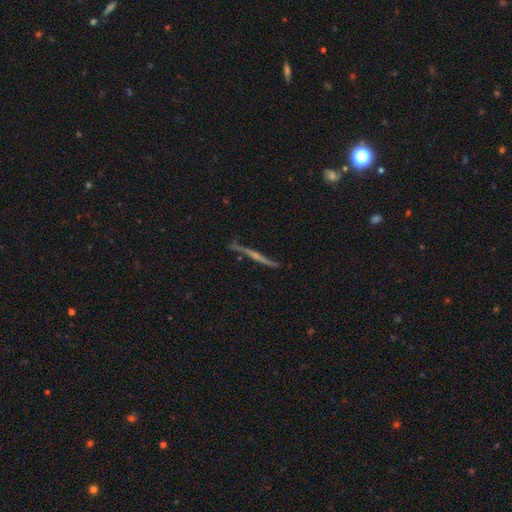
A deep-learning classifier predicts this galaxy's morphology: This appears to be a featured or disk galaxy (77%) viewed edge-on (93%) with a rounded central bulge (54%). Merging: none (80%).